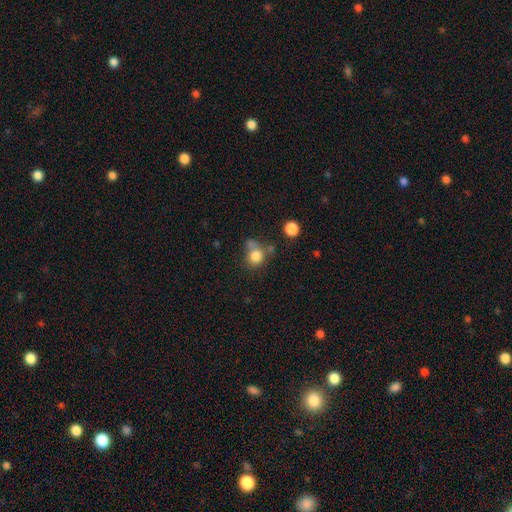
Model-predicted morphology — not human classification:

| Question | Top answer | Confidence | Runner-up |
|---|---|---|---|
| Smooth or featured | smooth | 80% | star or artifact (11%) |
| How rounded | round | 78% | in between (21%) |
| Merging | none | 48% | merger (22%) |